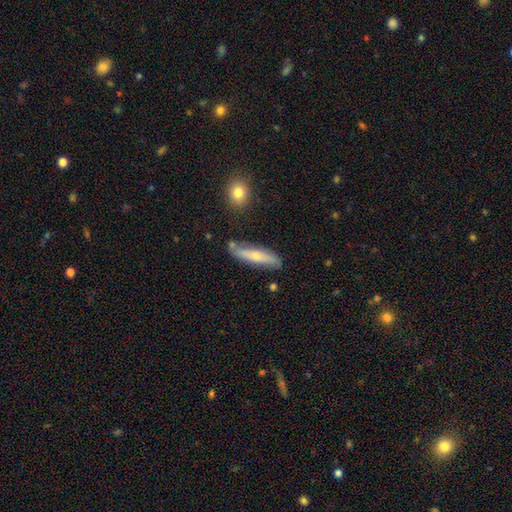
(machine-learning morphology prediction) This is possibly a featured or disk galaxy (47%). Merging: likely none (76%).